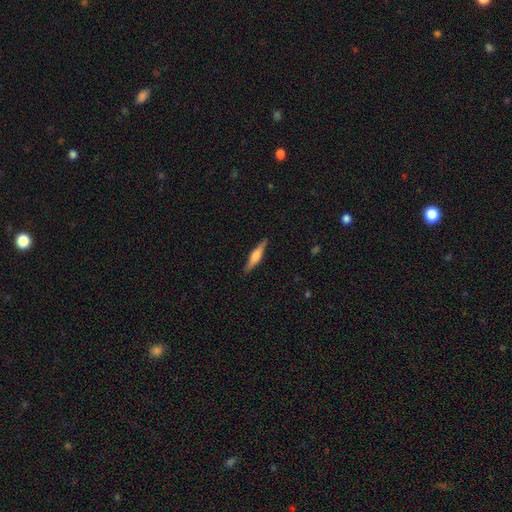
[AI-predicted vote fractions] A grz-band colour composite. It shows a featured or disk galaxy (53%) viewed edge-on (96%) with a rounded central bulge (73%). Merging: none (89%).